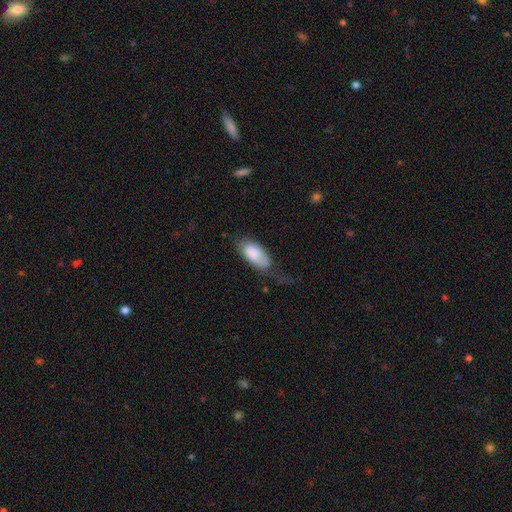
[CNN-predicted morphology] Q: Smooth or featured?
A: smooth (82%); runner-up: featured or disk (12%)
Q: How rounded?
A: in between (90%); runner-up: cigar-shaped (8%)
Q: Merging?
A: none (38%); runner-up: minor disturbance (34%)